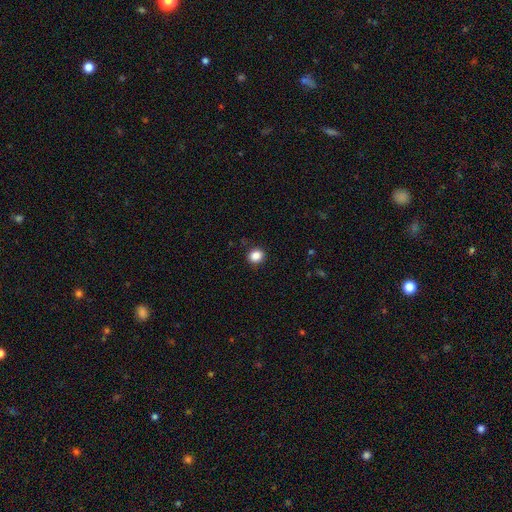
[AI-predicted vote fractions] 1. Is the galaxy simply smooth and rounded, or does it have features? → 86% smooth, 10% star or artifact, 3% featured or disk.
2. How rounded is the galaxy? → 75% round, 24% in between, 1% cigar-shaped.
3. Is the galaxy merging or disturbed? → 90% none, 7% minor disturbance, 2% major disturbance, 1% merger.